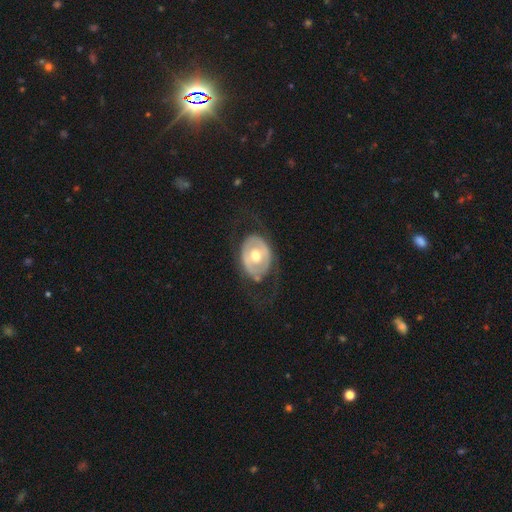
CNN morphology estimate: type=featured or disk (61%); edge-on=no (93%); bar=no (67%); spiral arms=no (75%); bulge=moderate (76%); merging=none (64%).